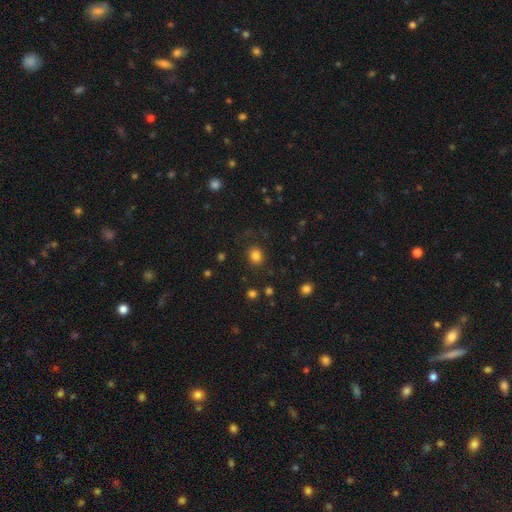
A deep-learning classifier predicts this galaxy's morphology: Smooth or featured: smooth — 82% (star or artifact — 13%)
How rounded: round — 75% (in between — 24%)
Merging: none — 84% (minor disturbance — 10%)